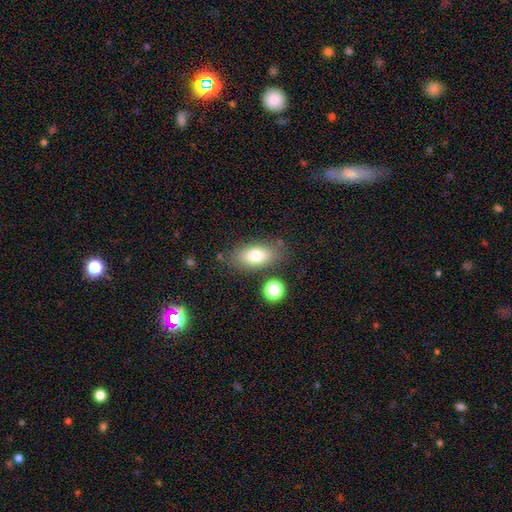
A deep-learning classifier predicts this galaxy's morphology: Smooth or featured?
  - smooth: 78% *
  - featured or disk: 14%
  - star or artifact: 8%
How rounded?
  - in between: 88% *
  - cigar-shaped: 7%
  - round: 5%
Merging?
  - none: 76% *
  - minor disturbance: 14%
  - merger: 5%
  - major disturbance: 5%